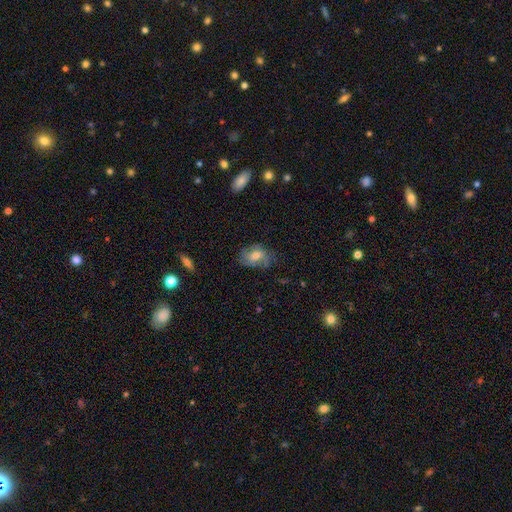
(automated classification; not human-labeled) Smooth or featured?
  - smooth: 51% *
  - featured or disk: 41%
  - star or artifact: 9%
How rounded?
  - in between: 77% *
  - round: 21%
  - cigar-shaped: 2%
Merging?
  - none: 59% *
  - minor disturbance: 27%
  - major disturbance: 13%
  - merger: 2%